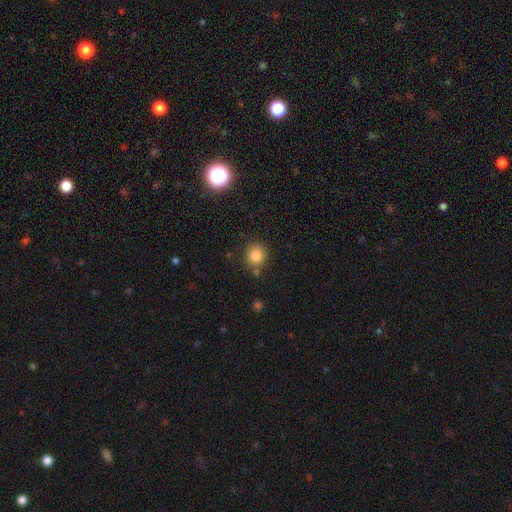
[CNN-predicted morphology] This is clearly a smooth galaxy (82%). How rounded: clearly round (88%). Merging: likely none (79%).